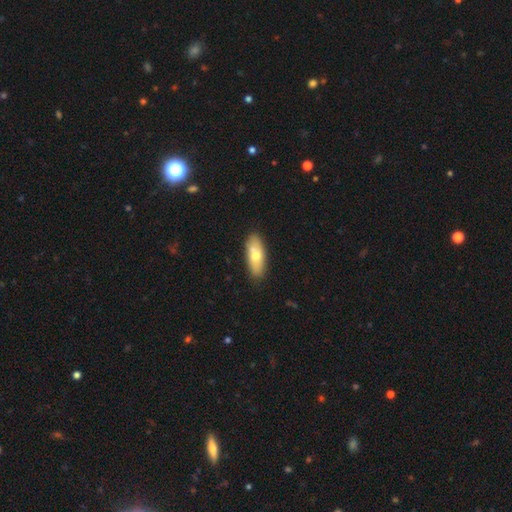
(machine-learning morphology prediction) Smooth or featured? smooth (66%)
How rounded? in between (76%)
Merging? none (81%)